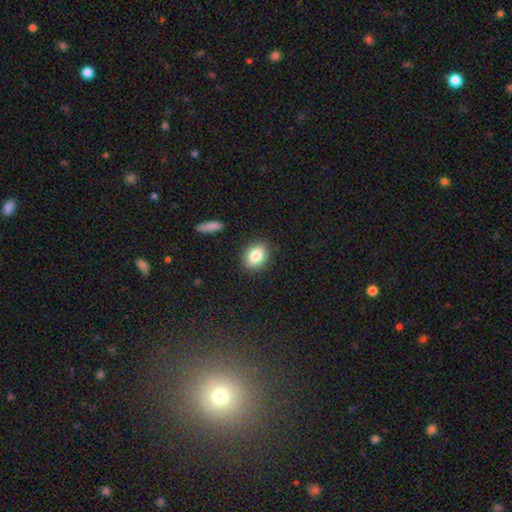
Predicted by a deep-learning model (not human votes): Smooth or featured? Predicted: smooth (p=0.83). How rounded? Predicted: in between (p=0.62). Merging? Predicted: none (p=0.87).